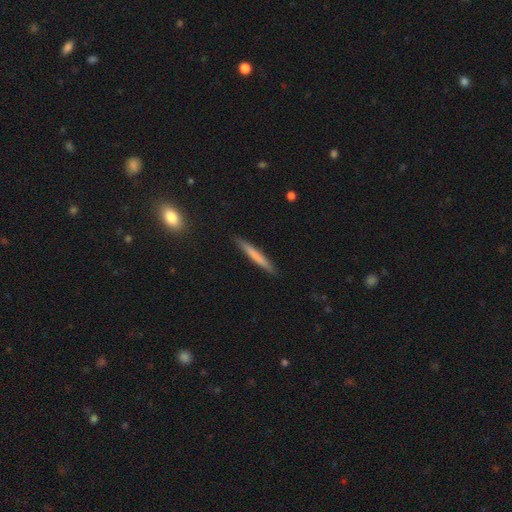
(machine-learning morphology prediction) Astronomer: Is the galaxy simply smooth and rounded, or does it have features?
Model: smooth — 67%.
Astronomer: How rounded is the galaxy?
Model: cigar-shaped — 96%.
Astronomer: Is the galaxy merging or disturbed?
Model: none — 90%.